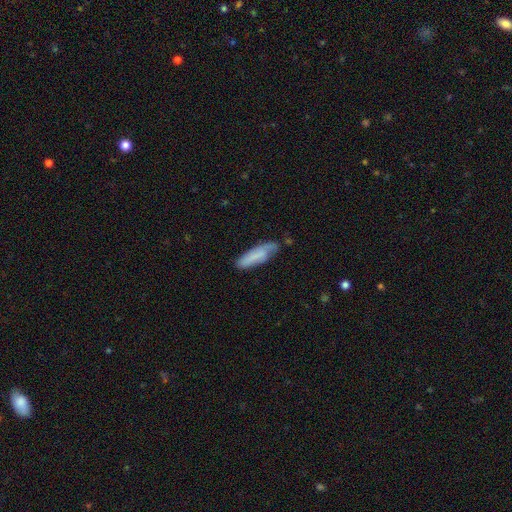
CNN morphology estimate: A smooth galaxy with no disk features (68%) that is cigar-shaped (59%). Merging: none (56%).